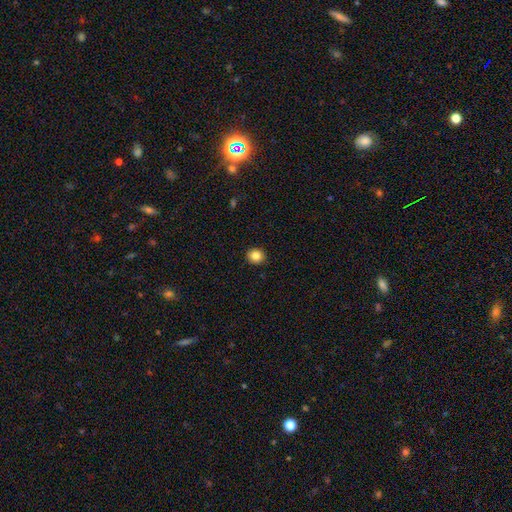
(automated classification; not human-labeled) This is clearly a smooth galaxy (84%). How rounded: clearly round (83%). Merging: clearly none (92%).